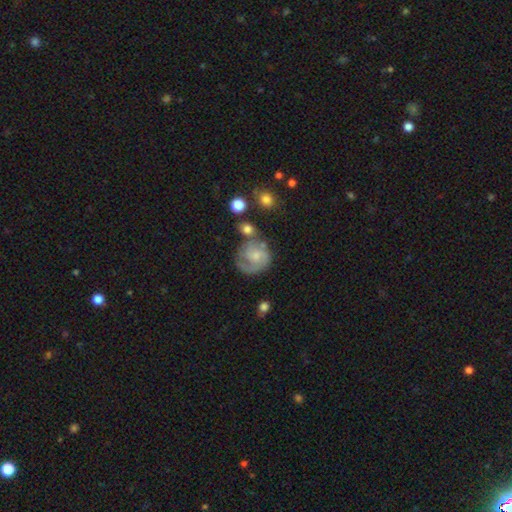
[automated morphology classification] featured or disk 58%, smooth 35%, star or artifact 7%. Down the decision tree: edge-on disk — no (98%); bar — no (68%); spiral arms — yes (80%); bulge size — small (49%); merging — none (47%).